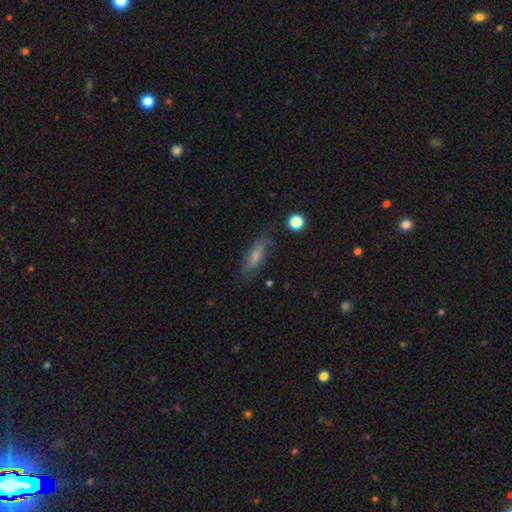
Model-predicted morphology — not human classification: This appears to be a smooth galaxy with no disk features (68%) that is cigar-shaped (51%). Merging: none (74%).